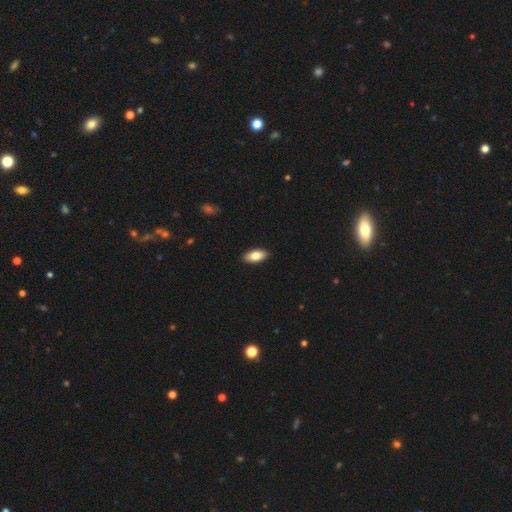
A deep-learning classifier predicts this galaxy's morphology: A smooth galaxy with no disk features (81%) that is in between round and cigar-shaped (91%).

Vote fractions:
- Smooth or featured? smooth: 81% / featured or disk: 13% / star or artifact: 6%
- How rounded? in between: 91% / cigar-shaped: 6% / round: 3%
- Merging? none: 91% / minor disturbance: 7% / major disturbance: 1% / merger: 1%